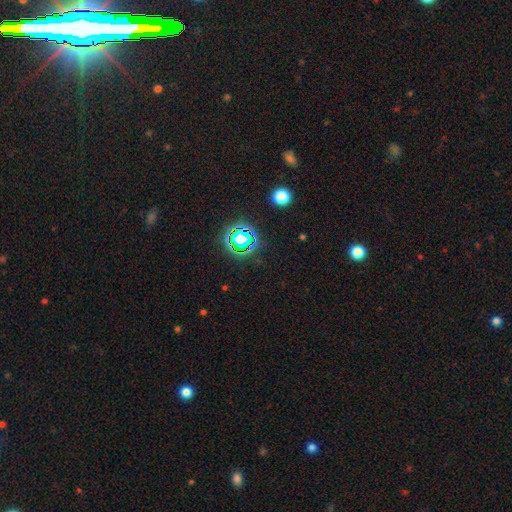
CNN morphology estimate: star or artifact 70%, smooth 20%, featured or disk 10%.